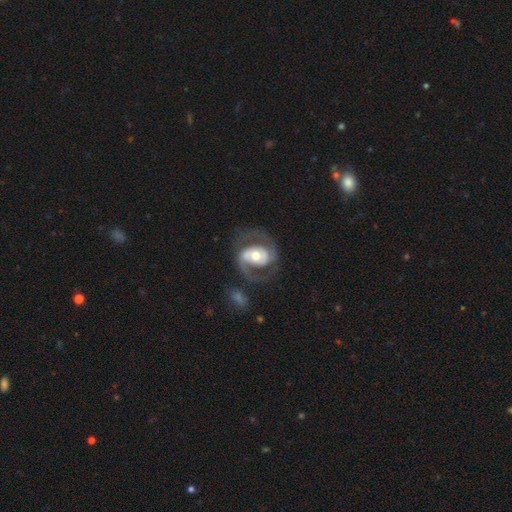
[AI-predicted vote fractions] This appears to be a featured or disk galaxy (84%) with no bar (48%), 2 (88%) medium (53%) spiral arms (91%) and a moderate central bulge (69%). Merging: none (67%).